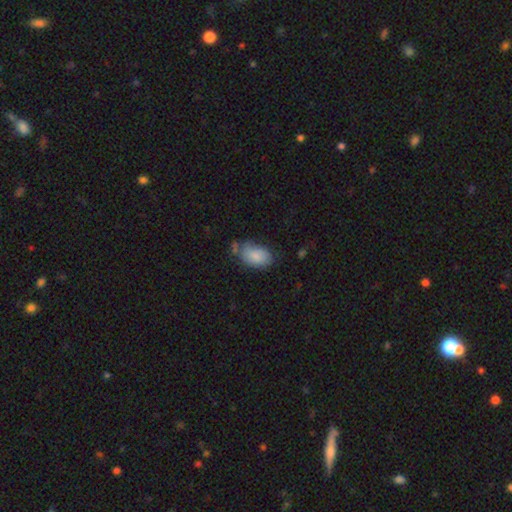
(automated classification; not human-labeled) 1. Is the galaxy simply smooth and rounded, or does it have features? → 84% smooth, 10% featured or disk, 7% star or artifact.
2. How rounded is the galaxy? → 92% in between, 7% round, 1% cigar-shaped.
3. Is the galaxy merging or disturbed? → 55% none, 28% minor disturbance, 9% major disturbance, 8% merger.